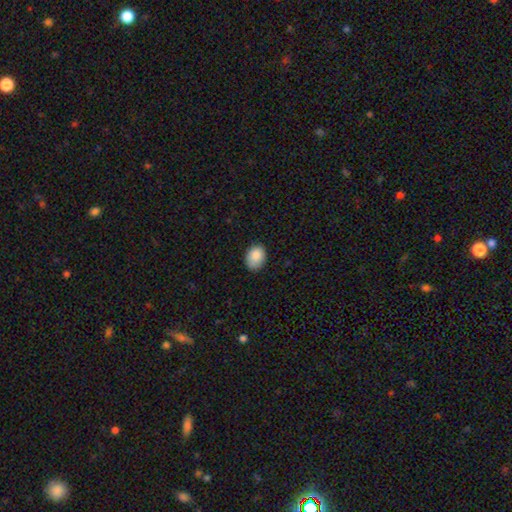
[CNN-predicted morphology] Smooth or featured? Predicted: smooth (p=0.87). How rounded? Predicted: in between (p=0.66). Merging? Predicted: none (p=0.77).